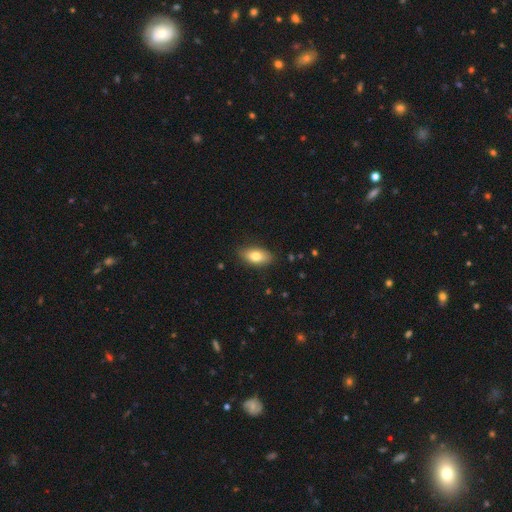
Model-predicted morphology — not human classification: Overall: smooth (77%). How rounded: in between (90%). Merging: none (85%).